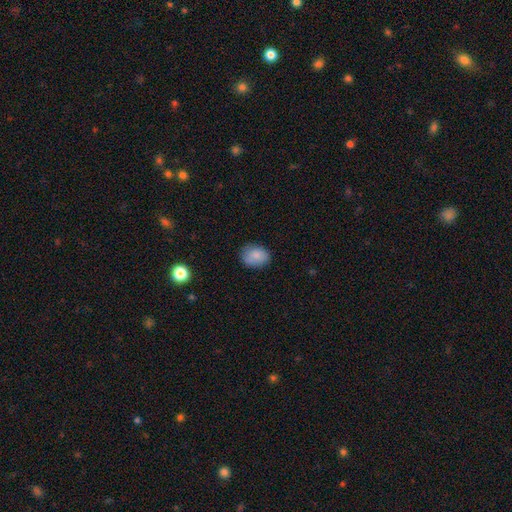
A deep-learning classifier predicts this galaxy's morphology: Q: Smooth or featured?
A: smooth (86%); runner-up: star or artifact (8%)
Q: How rounded?
A: in between (58%); runner-up: round (41%)
Q: Merging?
A: none (77%); runner-up: minor disturbance (18%)